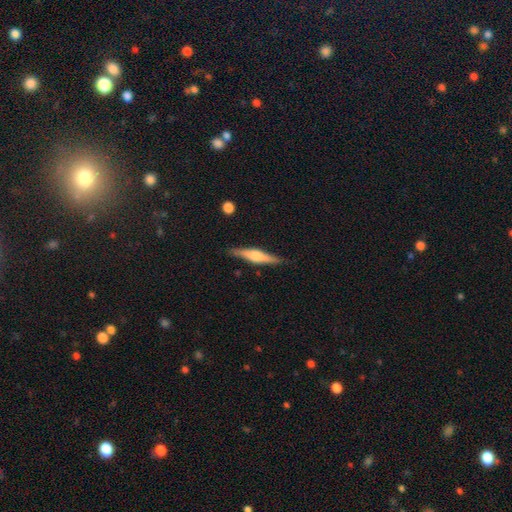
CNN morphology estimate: A featured or disk galaxy (61%) viewed edge-on (96%) with a rounded central bulge (81%). Merging: none (87%).